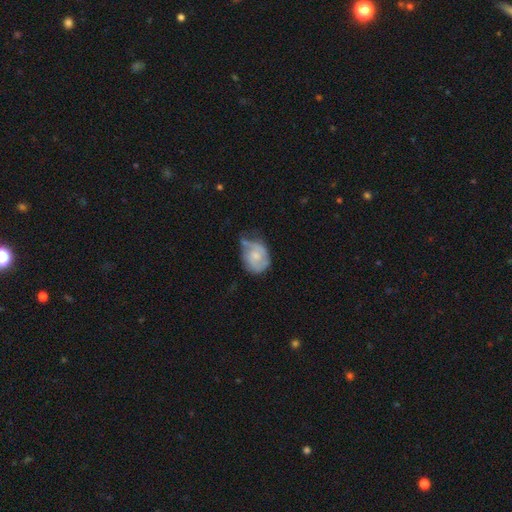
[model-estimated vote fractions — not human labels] featured or disk 49%, smooth 44%, star or artifact 7%. Down the decision tree: merging — minor disturbance (42%).